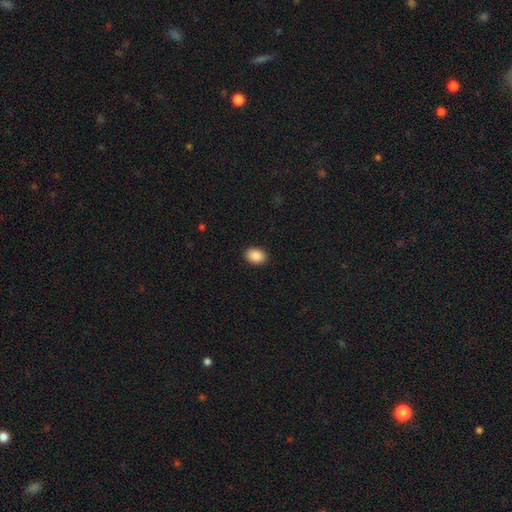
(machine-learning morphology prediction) This is clearly a smooth galaxy (89%). How rounded: likely in between (76%). Merging: clearly none (91%).